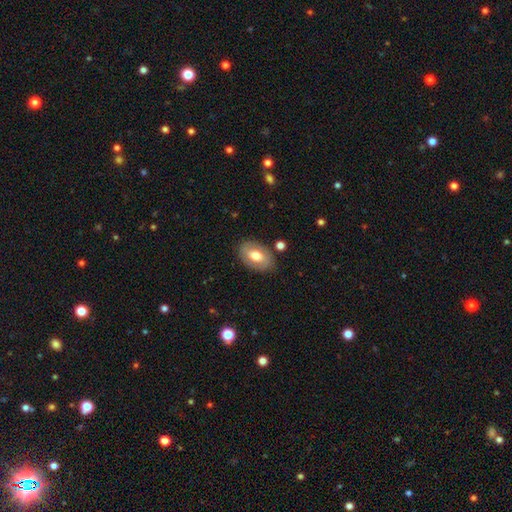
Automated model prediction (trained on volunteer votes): A smooth galaxy with no disk features (64%) that is in between round and cigar-shaped (90%).

Vote fractions:
- Smooth or featured? smooth: 64% / featured or disk: 30% / star or artifact: 7%
- How rounded? in between: 90% / round: 9% / cigar-shaped: 1%
- Merging? none: 82% / minor disturbance: 12% / major disturbance: 3% / merger: 2%